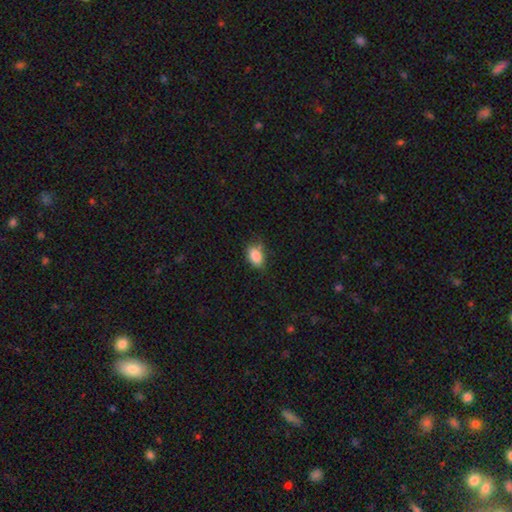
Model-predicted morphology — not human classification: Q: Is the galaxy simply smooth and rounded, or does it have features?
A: smooth — 86%.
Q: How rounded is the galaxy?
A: in between — 86%.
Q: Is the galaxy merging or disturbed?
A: none — 64%.